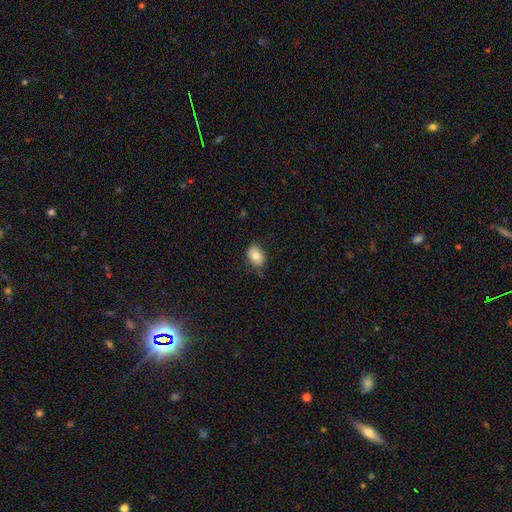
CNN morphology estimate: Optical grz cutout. It shows a smooth galaxy with no disk features (80%) that is in between round and cigar-shaped (72%). Merging: none (79%).